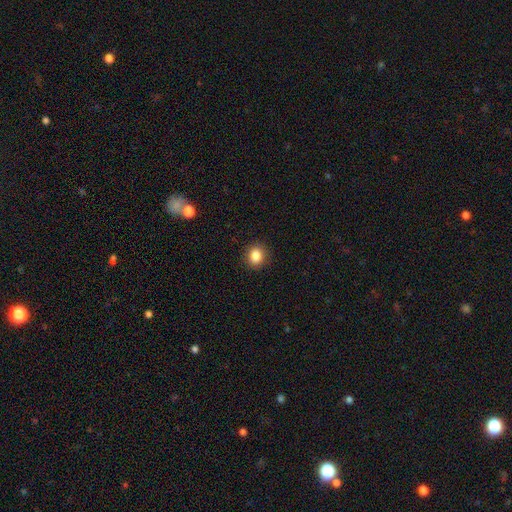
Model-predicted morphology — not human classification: Q: Smooth or featured?
A: smooth (86%); runner-up: star or artifact (10%)
Q: How rounded?
A: round (73%); runner-up: in between (26%)
Q: Merging?
A: none (90%); runner-up: minor disturbance (7%)